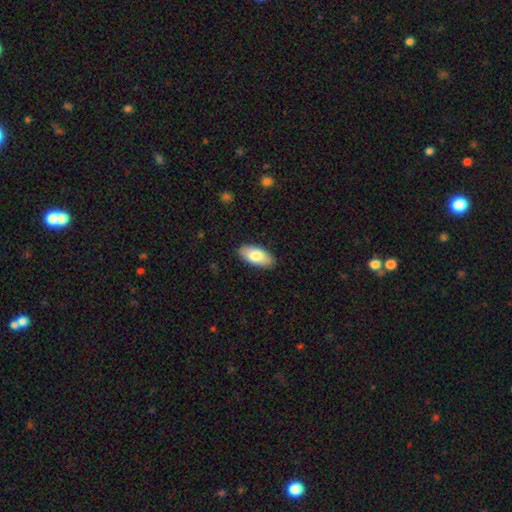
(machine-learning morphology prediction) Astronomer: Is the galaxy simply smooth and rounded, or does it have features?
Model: smooth — 81%.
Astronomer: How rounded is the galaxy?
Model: in between — 92%.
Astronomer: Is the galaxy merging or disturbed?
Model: none — 89%.